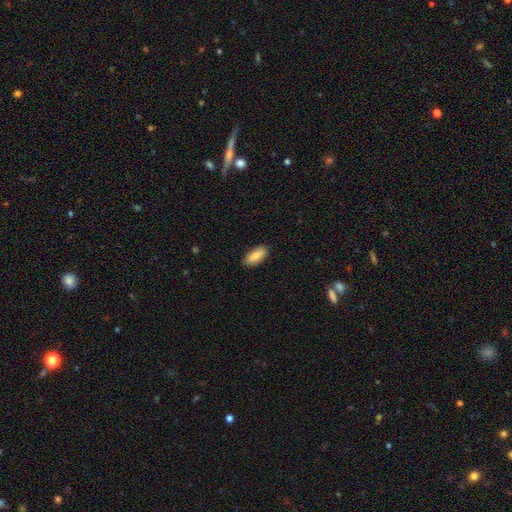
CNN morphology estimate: A smooth galaxy with no disk features (85%) that is in between round and cigar-shaped (83%).

Vote fractions:
- Smooth or featured? smooth: 85% / featured or disk: 9% / star or artifact: 6%
- How rounded? in between: 83% / cigar-shaped: 15% / round: 2%
- Merging? none: 88% / minor disturbance: 9% / major disturbance: 2% / merger: 1%